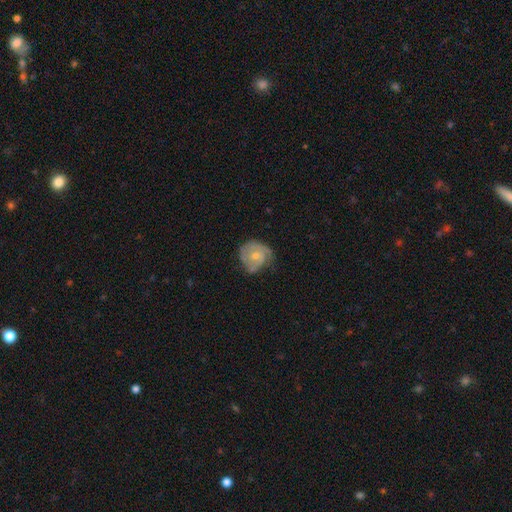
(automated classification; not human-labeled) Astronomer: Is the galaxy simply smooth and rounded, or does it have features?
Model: featured or disk — 61%.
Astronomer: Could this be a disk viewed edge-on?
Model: no — 98%.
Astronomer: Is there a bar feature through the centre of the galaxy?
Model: no — 71%.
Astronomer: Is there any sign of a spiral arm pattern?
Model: yes — 83%.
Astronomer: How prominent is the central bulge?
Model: small — 50% (runner-up: moderate, 44%).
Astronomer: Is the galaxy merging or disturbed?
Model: none — 52% (runner-up: minor disturbance, 32%).